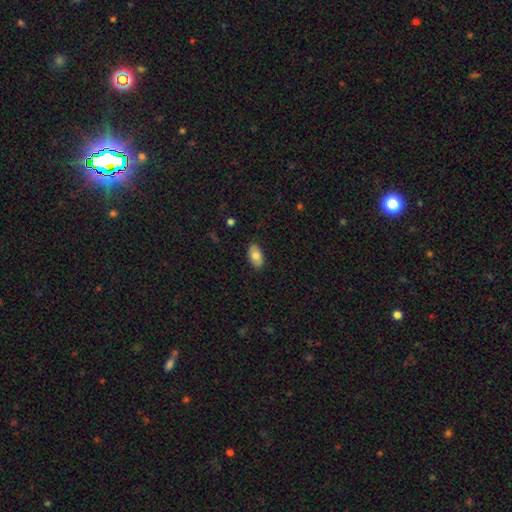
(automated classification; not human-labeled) Smooth or featured? Predicted: smooth (p=0.77). How rounded? Predicted: in between (p=0.93). Merging? Predicted: none (p=0.86).